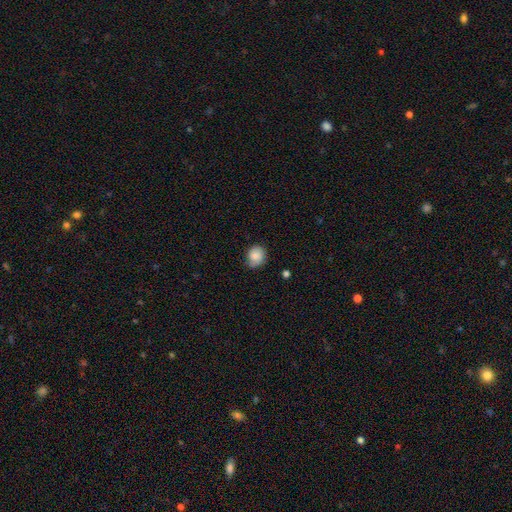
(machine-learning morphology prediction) The model was most divided on "how rounded": round: 62%, in between: 37%, cigar-shaped: 1%. More confident: smooth or featured — smooth (82%); merging — none (68%).